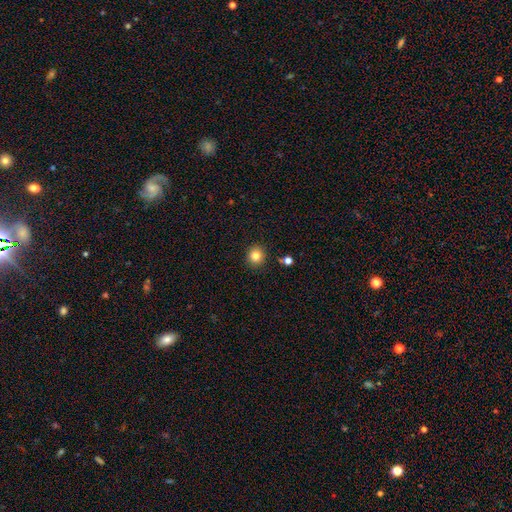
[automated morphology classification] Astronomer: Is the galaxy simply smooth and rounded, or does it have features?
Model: smooth — 82%.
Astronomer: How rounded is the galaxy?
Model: round — 92%.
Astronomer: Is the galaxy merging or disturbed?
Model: none — 90%.